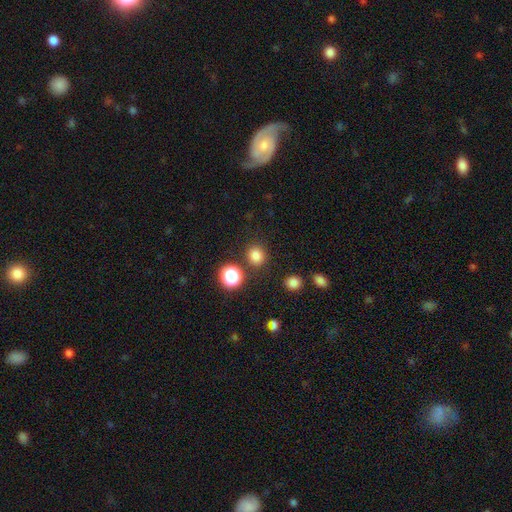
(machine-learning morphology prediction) Overall: smooth (80%). How rounded: round (86%). Merging: none (86%).